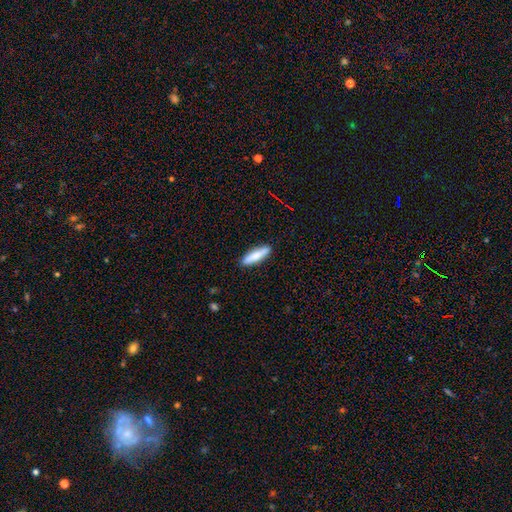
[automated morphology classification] Overall: smooth (78%). How rounded: cigar-shaped (77%). Merging: none (90%).